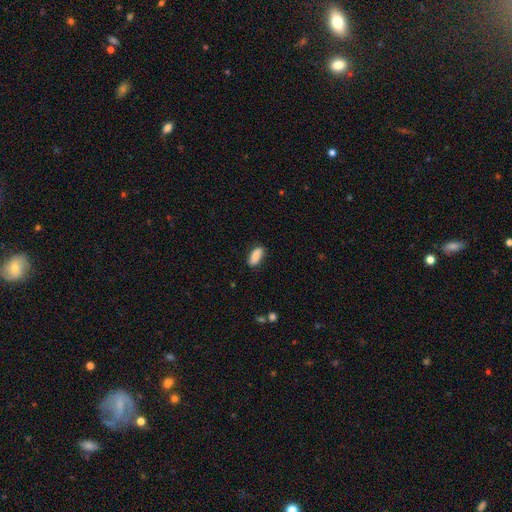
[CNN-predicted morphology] smooth 81%, featured or disk 12%, star or artifact 7%. Down the decision tree: how rounded — in between (86%); merging — none (79%).